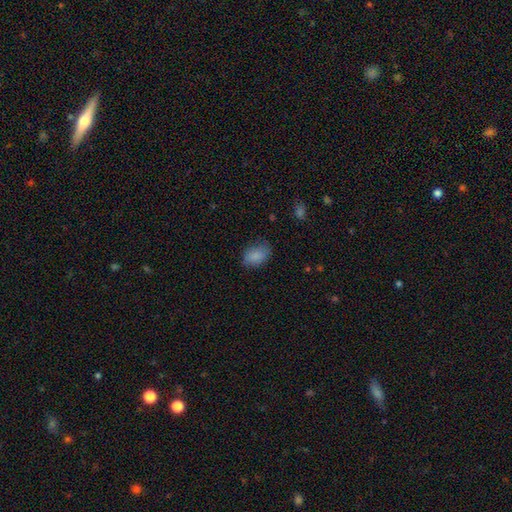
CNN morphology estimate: Smooth or featured: smooth — 86% (star or artifact — 8%)
How rounded: in between — 85% (round — 14%)
Merging: none — 69% (minor disturbance — 24%)